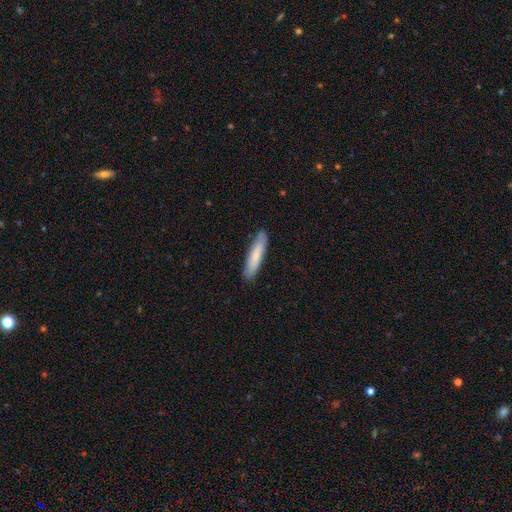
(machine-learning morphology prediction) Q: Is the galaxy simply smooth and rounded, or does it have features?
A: smooth — 77%.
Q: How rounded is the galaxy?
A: cigar-shaped — 83%.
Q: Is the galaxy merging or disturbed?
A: none — 86%.